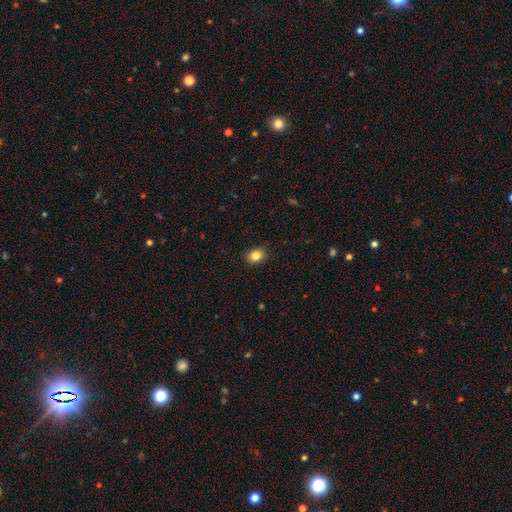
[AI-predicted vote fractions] This is clearly a smooth galaxy (84%). How rounded: possibly in between (59%). Merging: clearly none (89%).